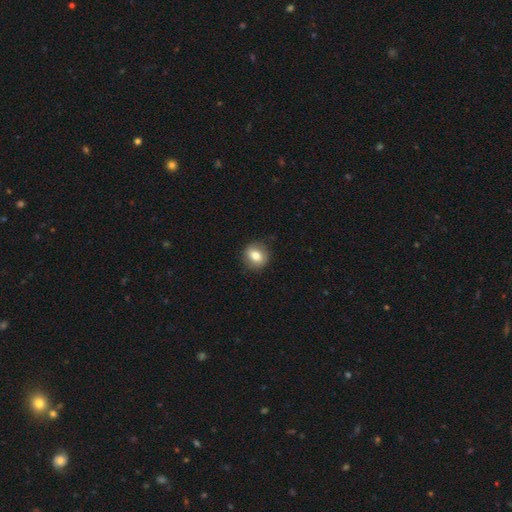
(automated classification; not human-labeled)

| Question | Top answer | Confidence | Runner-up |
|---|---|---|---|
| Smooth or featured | smooth | 76% | featured or disk (15%) |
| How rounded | round | 76% | in between (23%) |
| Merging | none | 87% | minor disturbance (10%) |